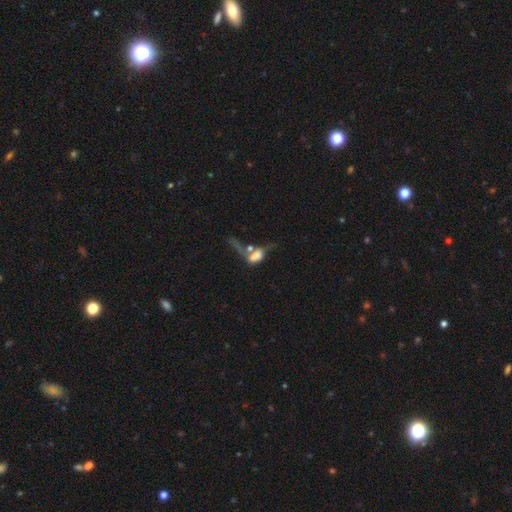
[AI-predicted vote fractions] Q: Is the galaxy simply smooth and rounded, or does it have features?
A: smooth — 56%.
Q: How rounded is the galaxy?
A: in between — 77%.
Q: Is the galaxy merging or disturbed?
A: merger — 46%.